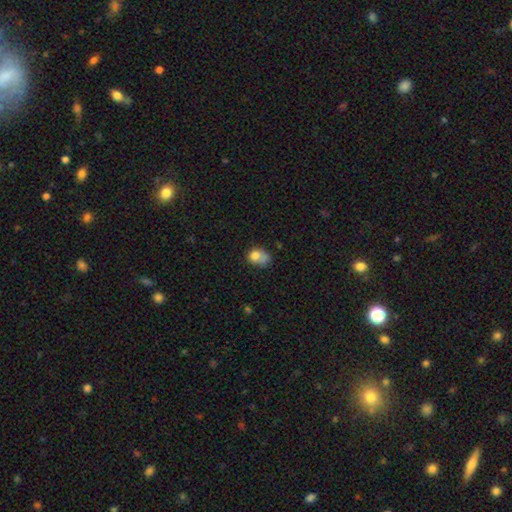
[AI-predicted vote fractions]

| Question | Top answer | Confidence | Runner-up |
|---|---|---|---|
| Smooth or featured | smooth | 76% | featured or disk (14%) |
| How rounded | in between | 53% | round (46%) |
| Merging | none | 33% | minor disturbance (29%) |